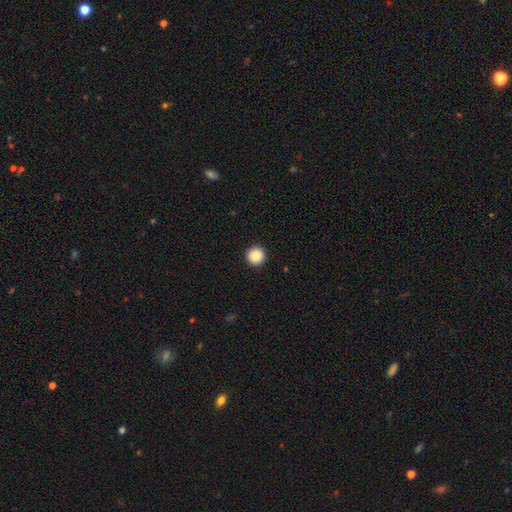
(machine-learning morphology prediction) smooth 89%, star or artifact 9%, featured or disk 2%. Down the decision tree: how rounded — round (96%); merging — none (93%).